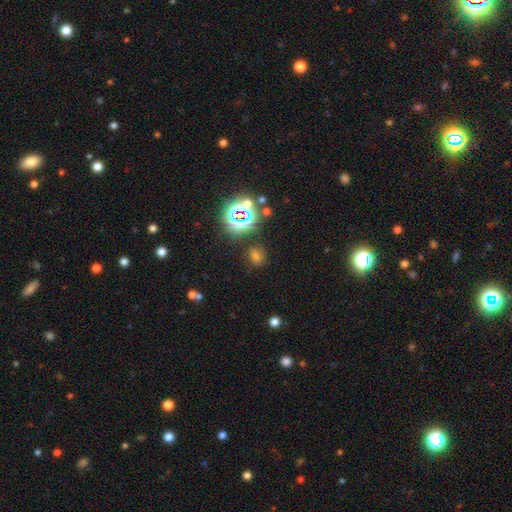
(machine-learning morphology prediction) Smooth or featured: smooth — 45% (tied with star or artifact — 45%)
Merging: none — 81% (minor disturbance — 11%)